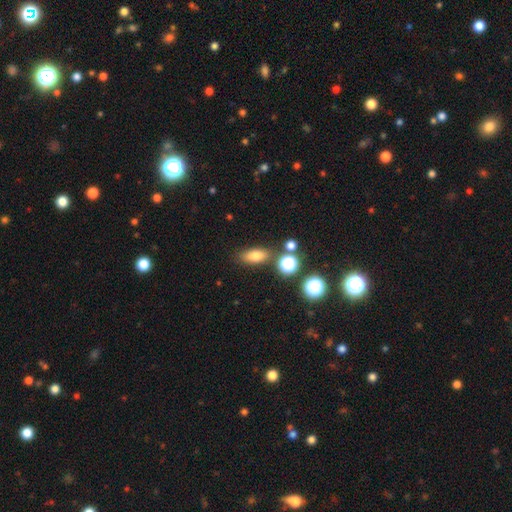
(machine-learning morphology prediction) smooth 76%, star or artifact 13%, featured or disk 11%. Down the decision tree: how rounded — in between (72%); merging — none (78%).